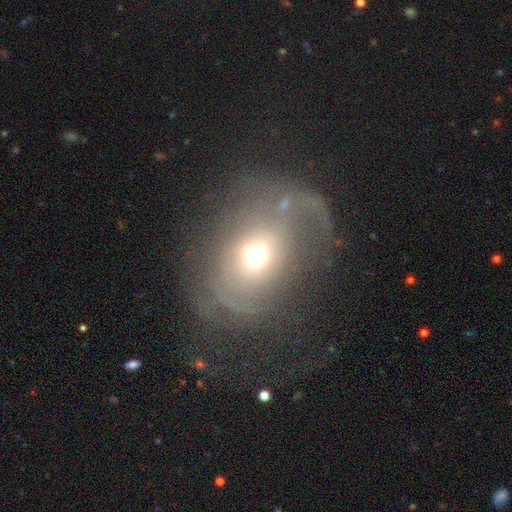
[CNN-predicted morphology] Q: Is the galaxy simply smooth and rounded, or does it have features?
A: featured or disk — 47%.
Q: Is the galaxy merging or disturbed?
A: major disturbance — 44%.